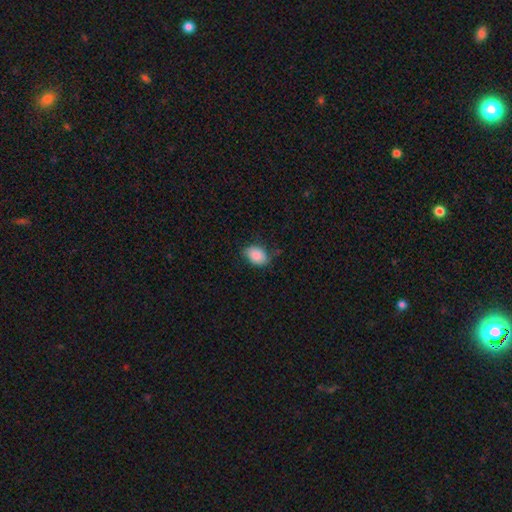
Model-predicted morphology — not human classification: Overall: smooth (86%). How rounded: in between (84%). Merging: none (67%).